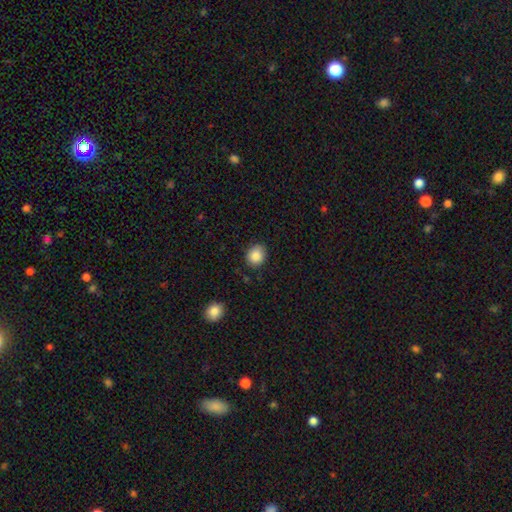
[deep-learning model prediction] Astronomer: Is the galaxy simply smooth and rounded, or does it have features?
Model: smooth — 87%.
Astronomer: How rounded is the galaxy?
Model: round — 70%.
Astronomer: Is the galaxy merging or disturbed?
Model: none — 83%.